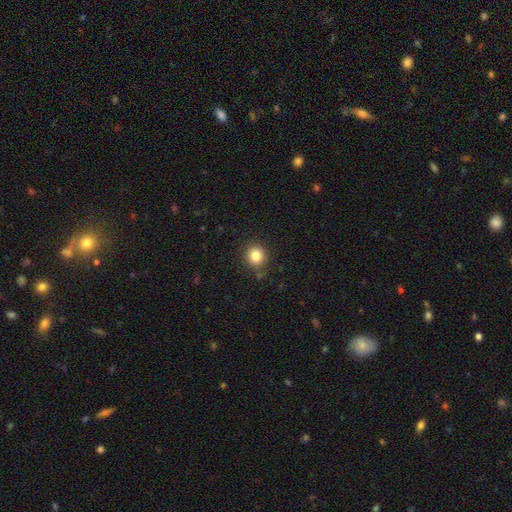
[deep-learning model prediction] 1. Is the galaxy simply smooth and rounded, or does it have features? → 83% smooth, 11% star or artifact, 6% featured or disk.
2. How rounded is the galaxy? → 89% round, 10% in between, 1% cigar-shaped.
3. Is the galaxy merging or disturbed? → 87% none, 8% minor disturbance, 3% major disturbance, 2% merger.